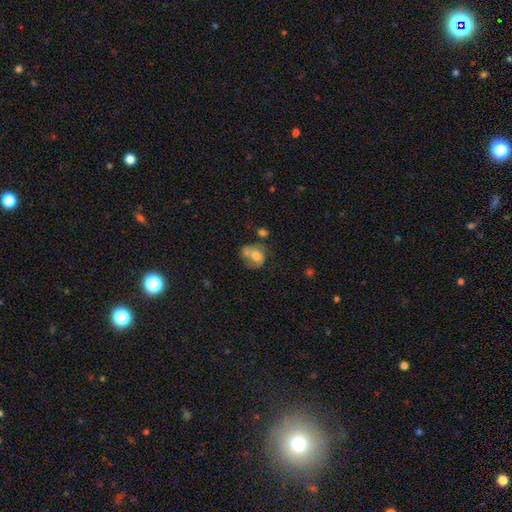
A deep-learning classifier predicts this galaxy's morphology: The model was most divided on "merging": none: 33%, merger: 32%, minor disturbance: 21%, major disturbance: 13%. More confident: smooth or featured — smooth (61%); how rounded — round (53%).